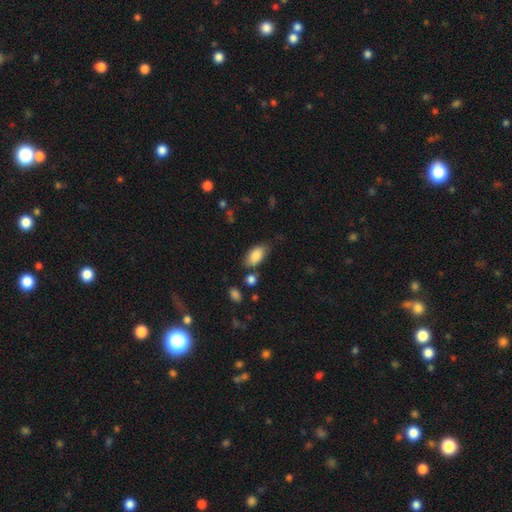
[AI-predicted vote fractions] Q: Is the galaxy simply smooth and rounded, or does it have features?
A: smooth — 85%.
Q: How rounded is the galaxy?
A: in between — 93%.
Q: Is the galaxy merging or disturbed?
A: none — 70%.